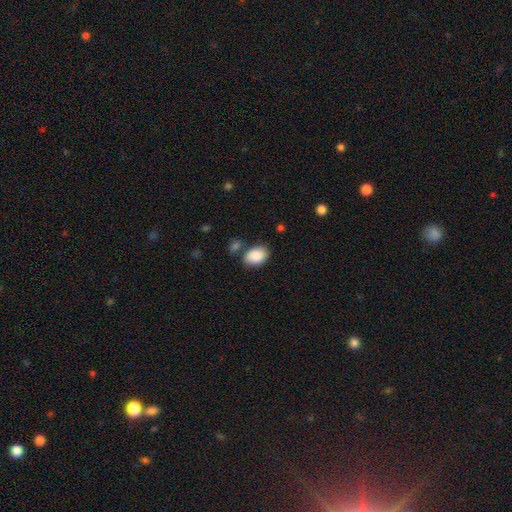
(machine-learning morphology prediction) A smooth galaxy with no disk features (89%) that is in between round and cigar-shaped (83%).

Vote fractions:
- Smooth or featured? smooth: 89% / star or artifact: 7% / featured or disk: 4%
- How rounded? in between: 83% / round: 16% / cigar-shaped: 1%
- Merging? none: 70% / minor disturbance: 16% / merger: 9% / major disturbance: 5%